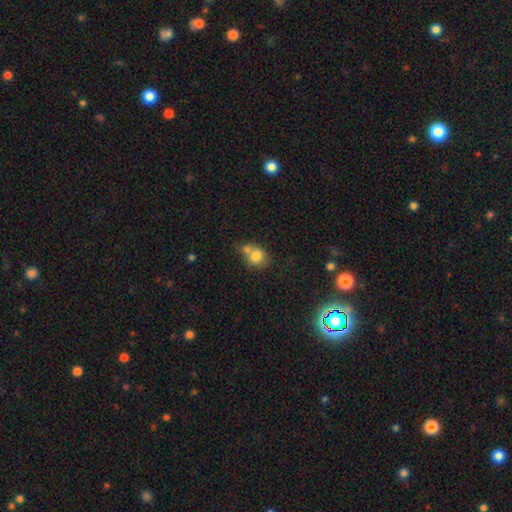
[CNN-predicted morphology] A smooth galaxy with no disk features (78%) that is round (78%). Merging: merger (49%).